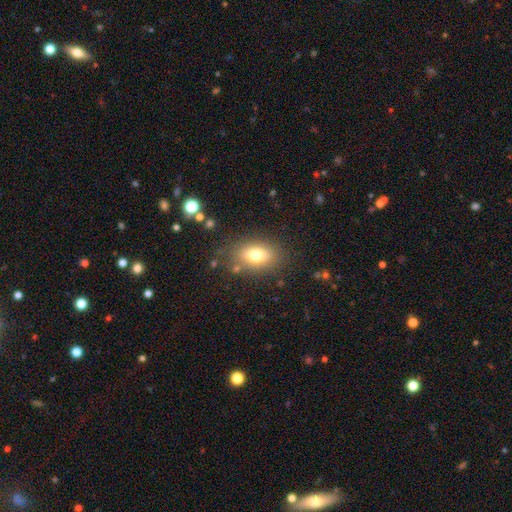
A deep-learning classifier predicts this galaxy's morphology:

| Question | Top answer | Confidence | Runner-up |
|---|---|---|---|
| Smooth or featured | smooth | 73% | featured or disk (16%) |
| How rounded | in between | 81% | round (16%) |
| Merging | none | 79% | minor disturbance (13%) |